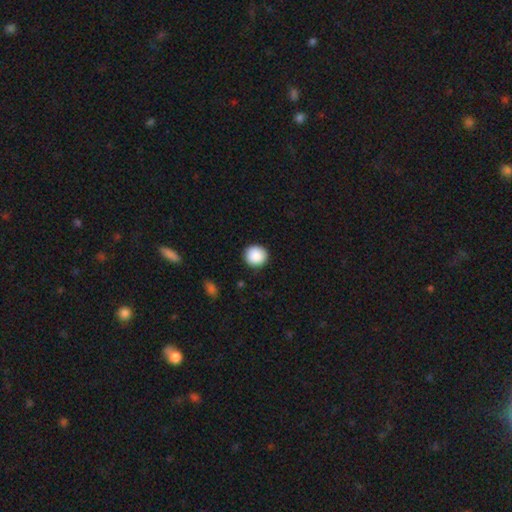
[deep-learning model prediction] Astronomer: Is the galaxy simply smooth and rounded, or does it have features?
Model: smooth — 89%.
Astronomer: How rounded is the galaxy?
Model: round — 92%.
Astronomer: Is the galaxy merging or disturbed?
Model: none — 91%.